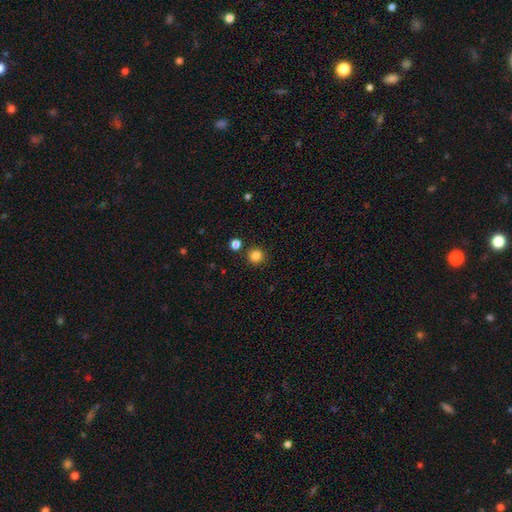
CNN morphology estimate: A smooth galaxy with no disk features (84%) that is round (95%). Merging: none (88%).